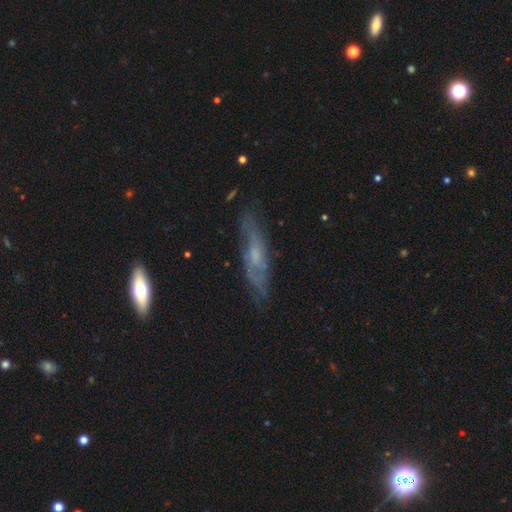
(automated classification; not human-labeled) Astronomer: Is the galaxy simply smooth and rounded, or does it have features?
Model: featured or disk — 65%.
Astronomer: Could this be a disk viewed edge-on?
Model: no — 67%.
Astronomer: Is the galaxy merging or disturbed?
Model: none — 67%.